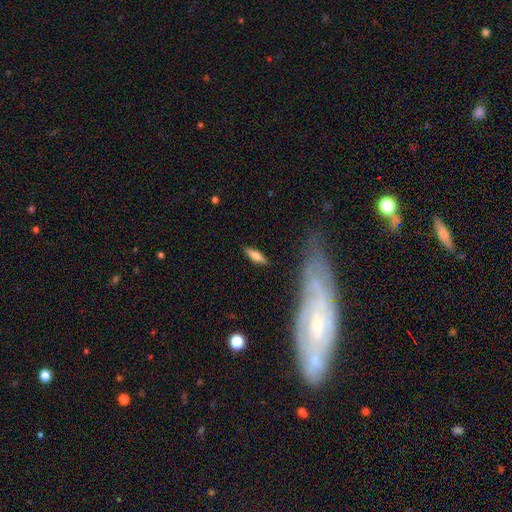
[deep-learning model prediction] The model was most divided on "how rounded": cigar-shaped: 53%, in between: 44%, round: 3%. More confident: merging — none (84%); smooth or featured — smooth (57%).